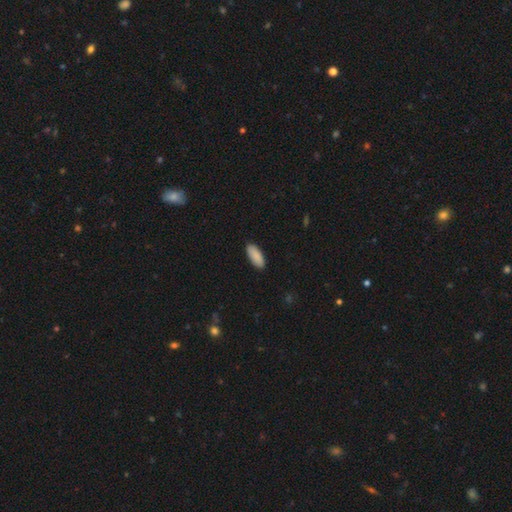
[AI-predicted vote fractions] A smooth galaxy with no disk features (91%) that is in between round and cigar-shaped (82%). Merging: none (89%).